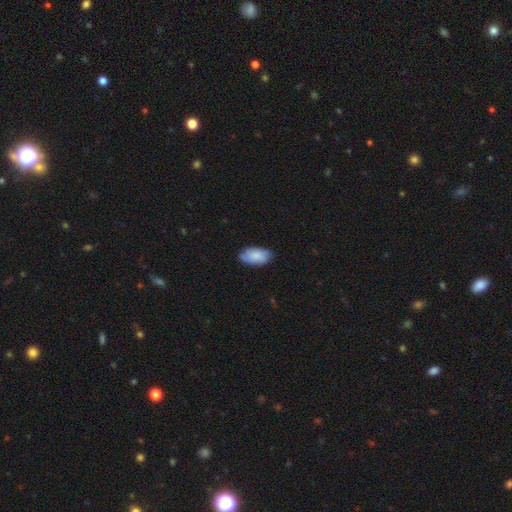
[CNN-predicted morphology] Smooth or featured?
  - smooth: 75% *
  - featured or disk: 18%
  - star or artifact: 6%
How rounded?
  - in between: 94% *
  - round: 3%
  - cigar-shaped: 2%
Merging?
  - none: 79% *
  - minor disturbance: 17%
  - major disturbance: 3%
  - merger: 1%